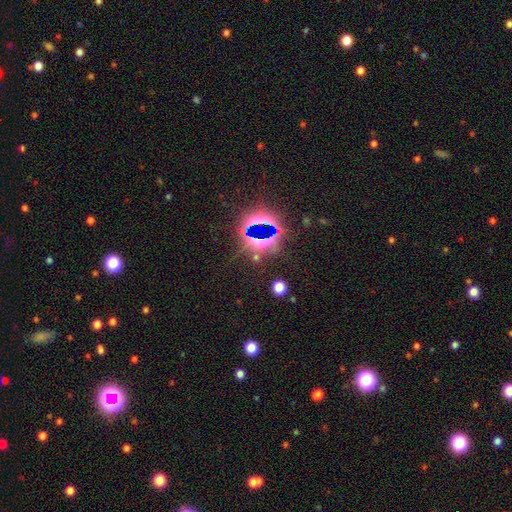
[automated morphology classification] A star or artifact, not a galaxy (77%).

Vote fractions:
- Smooth or featured? star or artifact: 77% / smooth: 13% / featured or disk: 11%